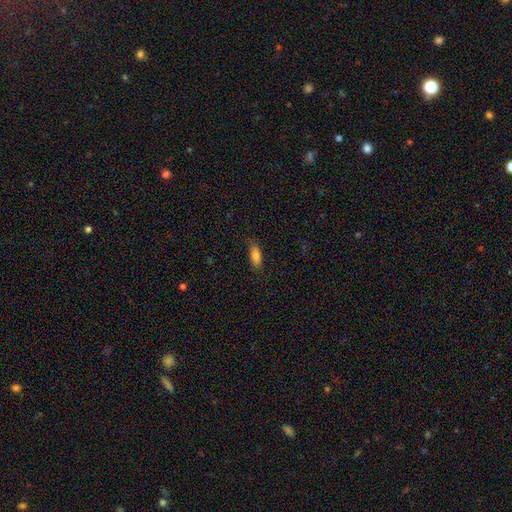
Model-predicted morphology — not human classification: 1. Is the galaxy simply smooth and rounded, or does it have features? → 82% smooth, 10% featured or disk, 8% star or artifact.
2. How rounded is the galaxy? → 75% in between, 23% cigar-shaped, 2% round.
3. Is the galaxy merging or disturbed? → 80% none, 15% minor disturbance, 3% major disturbance, 1% merger.